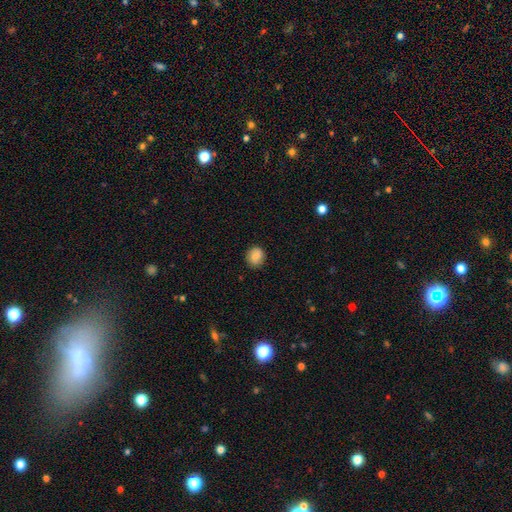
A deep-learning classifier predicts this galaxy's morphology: A smooth galaxy with no disk features (85%) that is round (78%). Merging: none (86%).